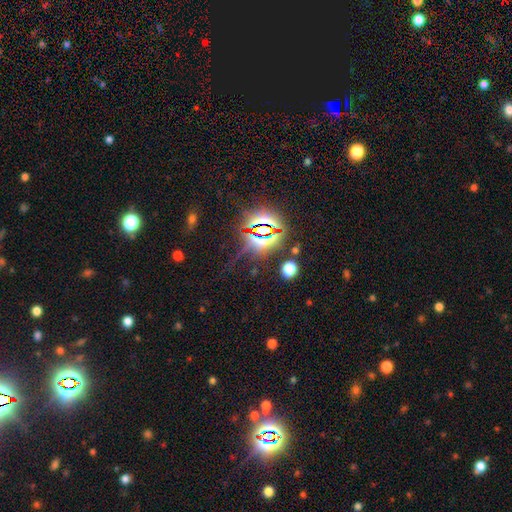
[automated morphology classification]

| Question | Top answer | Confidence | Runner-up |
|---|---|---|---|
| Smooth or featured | star or artifact | 82% | smooth (11%) |